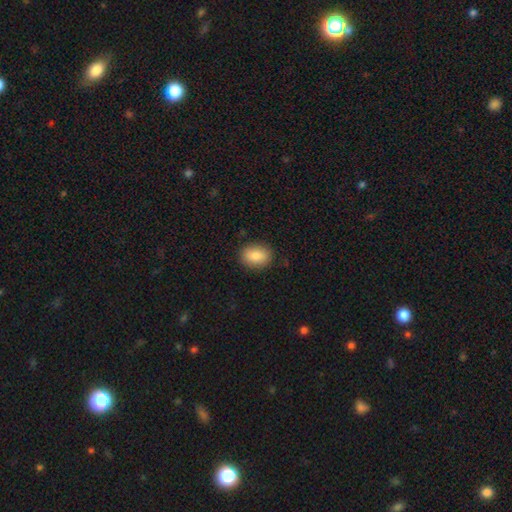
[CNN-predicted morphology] smooth-or-featured: smooth: 85% | star or artifact: 8% | featured or disk: 8%
  how-rounded: in between: 69% | round: 30% | cigar-shaped: 1%
  merging: none: 88% | minor disturbance: 9% | major disturbance: 2% | merger: 1%